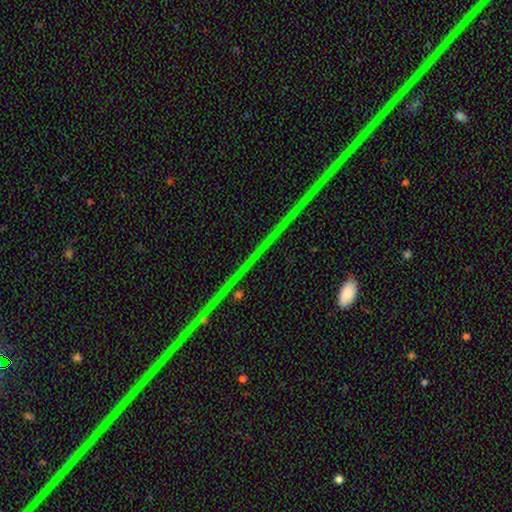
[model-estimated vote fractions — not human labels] This is clearly a star or artifact rather than a galaxy (83%).